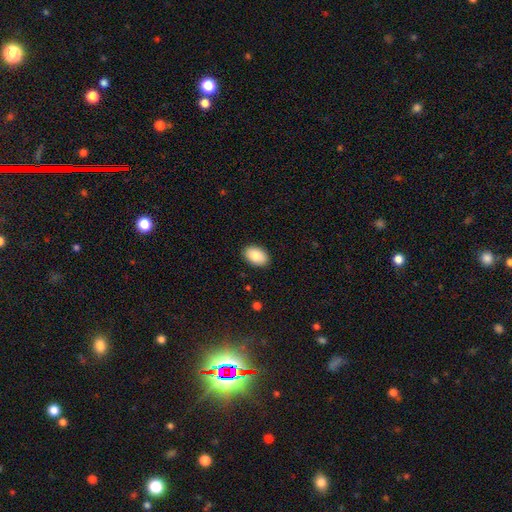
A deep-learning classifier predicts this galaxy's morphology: smooth_or_featured: smooth (p=0.85) [alt: featured or disk p=0.09]
how_rounded: in between (p=0.89) [alt: round p=0.10]
merging: none (p=0.90) [alt: minor disturbance p=0.07]